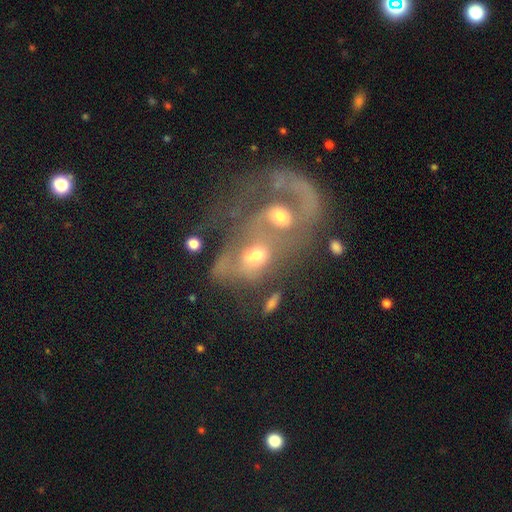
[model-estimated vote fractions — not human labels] A featured or disk galaxy (61%) with no bar (57%), spiral arms (71%) and a moderate central bulge (59%). Merging: merger (72%).